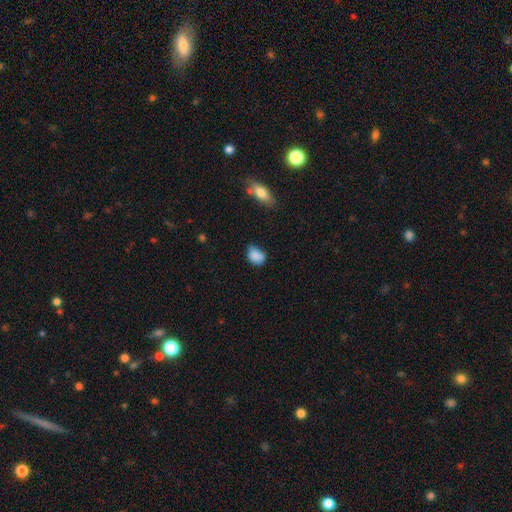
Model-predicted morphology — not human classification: This is clearly a smooth galaxy (85%). How rounded: likely in between (71%). Merging: possibly none (50%).